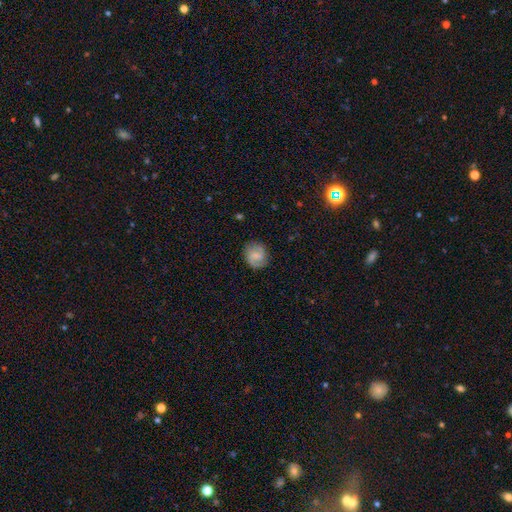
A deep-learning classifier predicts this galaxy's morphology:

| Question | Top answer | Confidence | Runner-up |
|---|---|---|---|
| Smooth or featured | featured or disk | 50% | smooth (42%) |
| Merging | none | 82% | minor disturbance (12%) |